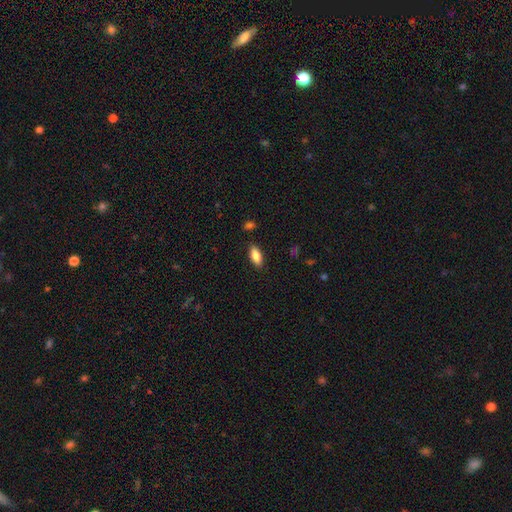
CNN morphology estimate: A smooth galaxy with no disk features (85%) that is in between round and cigar-shaped (88%).

Vote fractions:
- Smooth or featured? smooth: 85% / featured or disk: 8% / star or artifact: 7%
- How rounded? in between: 88% / cigar-shaped: 10% / round: 2%
- Merging? none: 88% / minor disturbance: 9% / major disturbance: 2% / merger: 1%